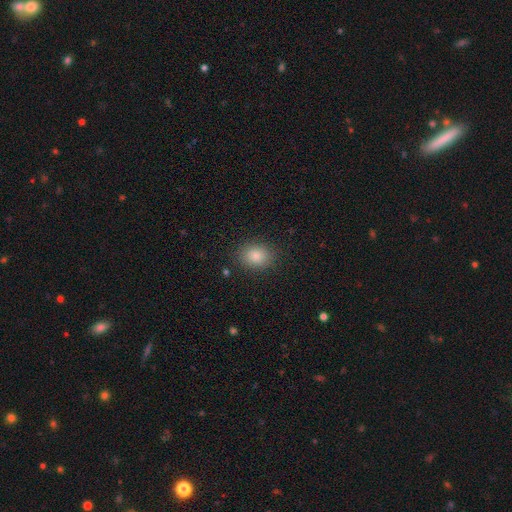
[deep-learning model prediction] Q: Smooth or featured?
A: smooth (83%); runner-up: star or artifact (11%)
Q: How rounded?
A: in between (53%); runner-up: round (46%)
Q: Merging?
A: none (88%); runner-up: minor disturbance (9%)